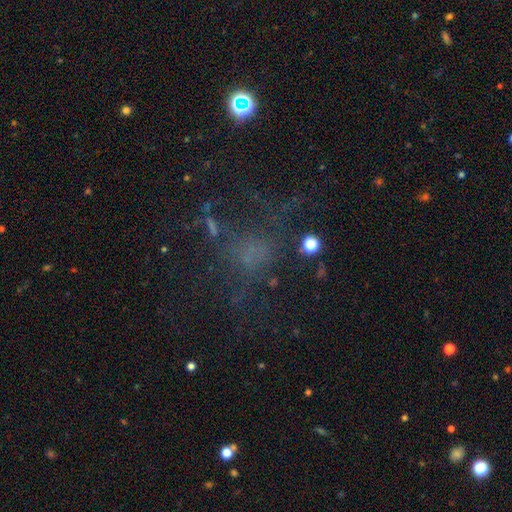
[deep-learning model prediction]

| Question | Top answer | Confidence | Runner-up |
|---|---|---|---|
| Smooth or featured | star or artifact | 37% | smooth (33%) |